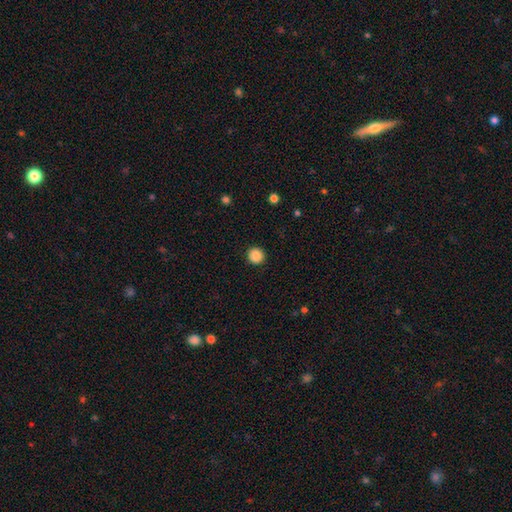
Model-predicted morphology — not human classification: smooth-or-featured: smooth: 88% | star or artifact: 9% | featured or disk: 3%
  how-rounded: round: 94% | in between: 5% | cigar-shaped: 1%
  merging: none: 92% | minor disturbance: 5% | major disturbance: 2% | merger: 1%